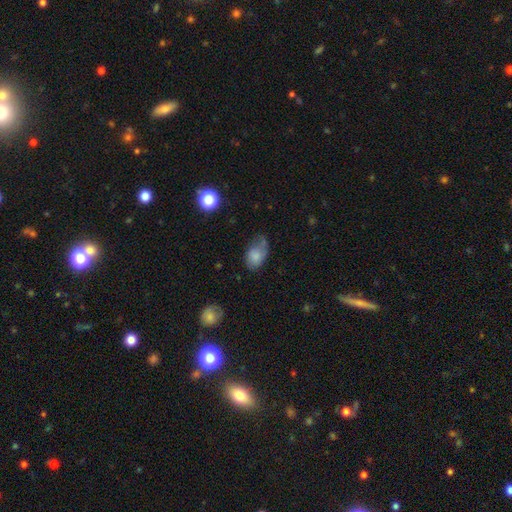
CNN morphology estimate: Smooth or featured? smooth (69%)
How rounded? in between (83%)
Merging? none (39%)